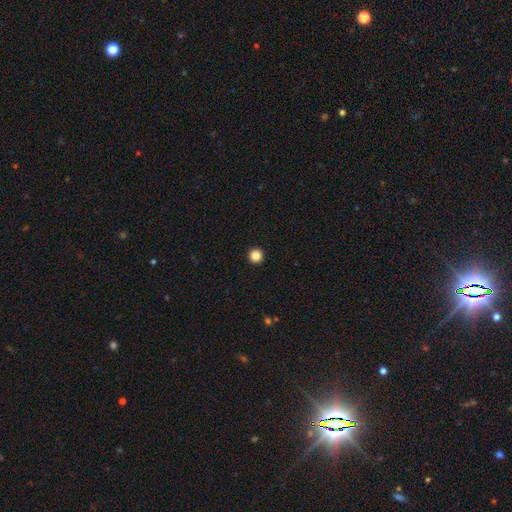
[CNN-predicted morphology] Q: Smooth or featured?
A: smooth (86%); runner-up: star or artifact (11%)
Q: How rounded?
A: round (97%); runner-up: in between (2%)
Q: Merging?
A: none (94%); runner-up: minor disturbance (3%)